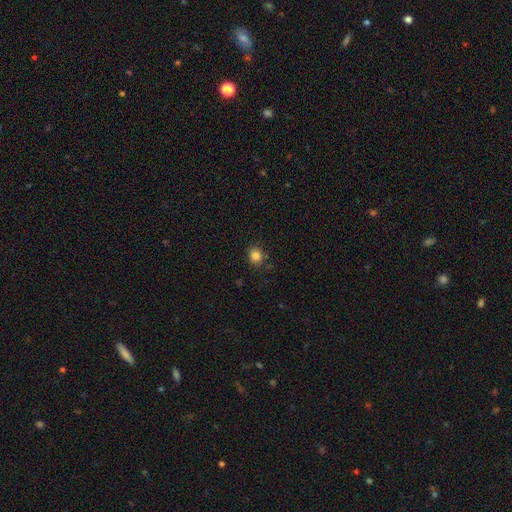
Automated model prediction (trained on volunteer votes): smooth-or-featured: smooth: 83% | star or artifact: 12% | featured or disk: 4%
  how-rounded: round: 83% | in between: 16% | cigar-shaped: 1%
  merging: none: 83% | minor disturbance: 11% | merger: 3% | major disturbance: 3%